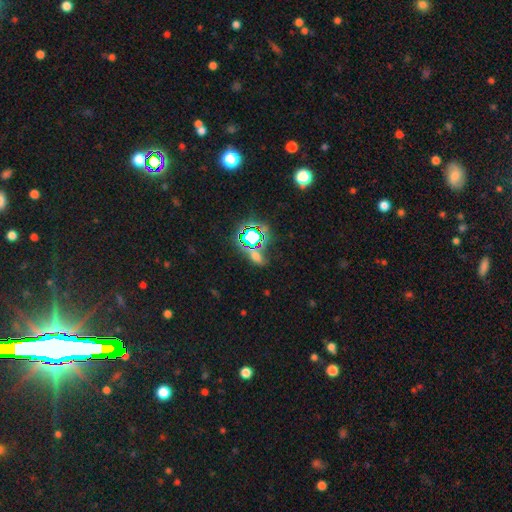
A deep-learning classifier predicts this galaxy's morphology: star or artifact 52%, smooth 36%, featured or disk 11%.